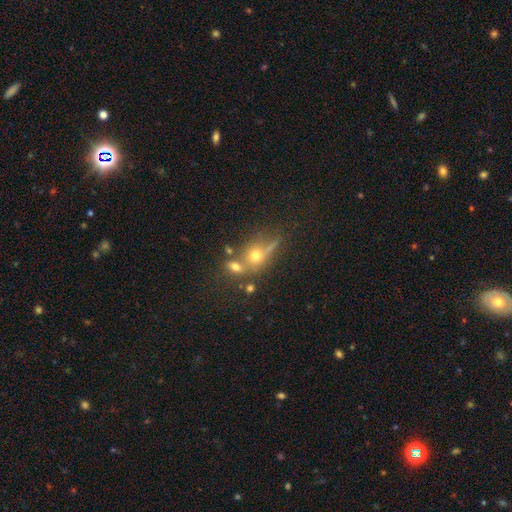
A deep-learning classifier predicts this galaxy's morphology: A smooth galaxy with no disk features (38%).

Vote fractions:
- Smooth or featured? smooth: 38% / featured or disk: 37% / star or artifact: 25%
- Merging? none: 42% / merger: 36% / minor disturbance: 13% / major disturbance: 9%